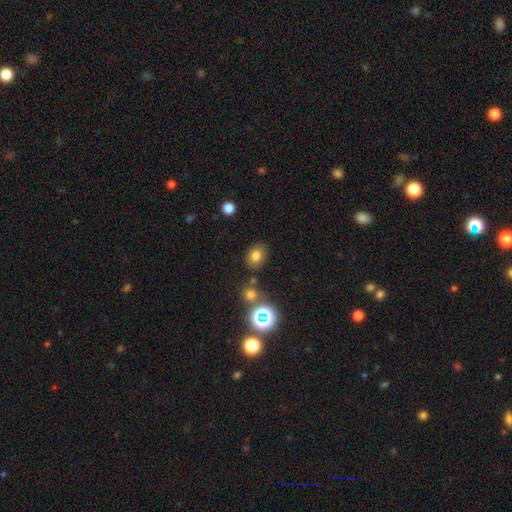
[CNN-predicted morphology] Q: Smooth or featured?
A: smooth (75%); runner-up: star or artifact (16%)
Q: How rounded?
A: in between (62%); runner-up: round (37%)
Q: Merging?
A: none (80%); runner-up: minor disturbance (11%)